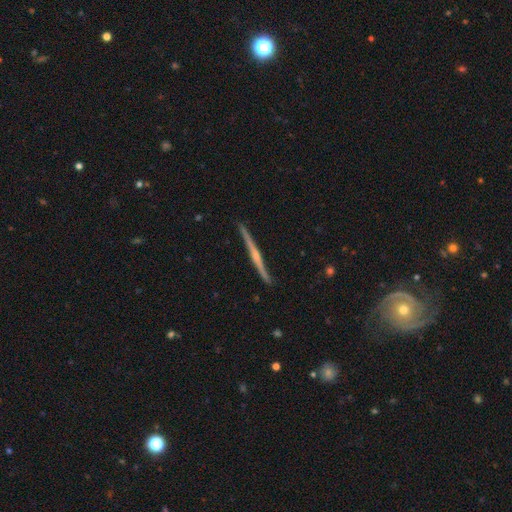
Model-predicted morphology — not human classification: This is likely a featured or disk galaxy (78%). It is clearly viewed edge-on (98%). Edge-on bulge: possibly rounded (58%). Merging: clearly none (90%).